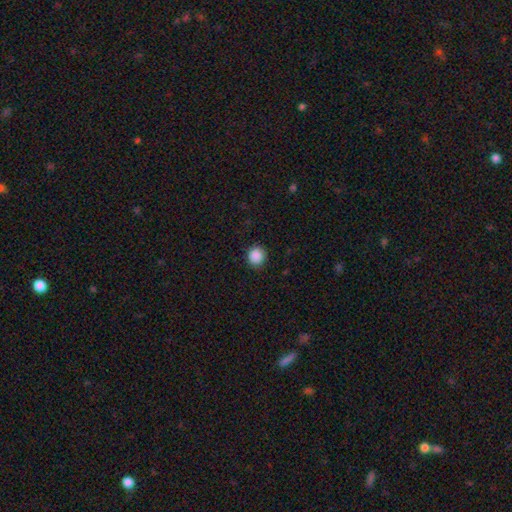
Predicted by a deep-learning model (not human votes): Morphology: type=smooth (89%); roundness=round (89%); merging=none (90%).